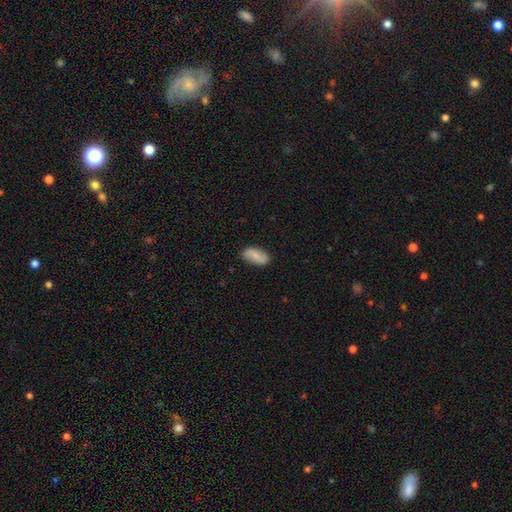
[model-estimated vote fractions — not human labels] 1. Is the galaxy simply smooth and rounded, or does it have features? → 77% smooth, 16% featured or disk, 7% star or artifact.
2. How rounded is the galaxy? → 91% in between, 6% cigar-shaped, 3% round.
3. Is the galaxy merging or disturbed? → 82% none, 14% minor disturbance, 3% major disturbance, 1% merger.